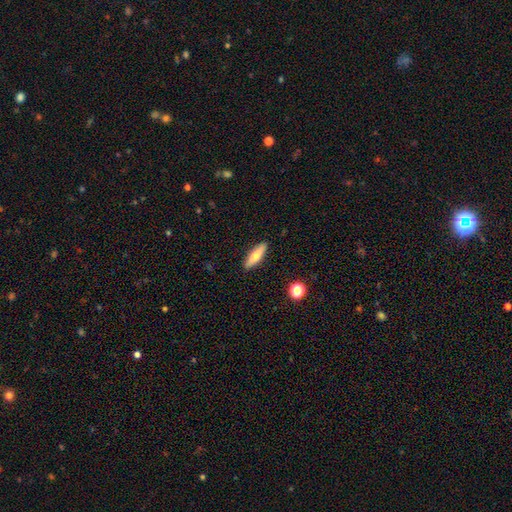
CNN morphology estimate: Smooth or featured?
  - smooth: 65% *
  - featured or disk: 28%
  - star or artifact: 7%
How rounded?
  - cigar-shaped: 62% *
  - in between: 36%
  - round: 2%
Merging?
  - none: 89% *
  - minor disturbance: 8%
  - major disturbance: 2%
  - merger: 1%